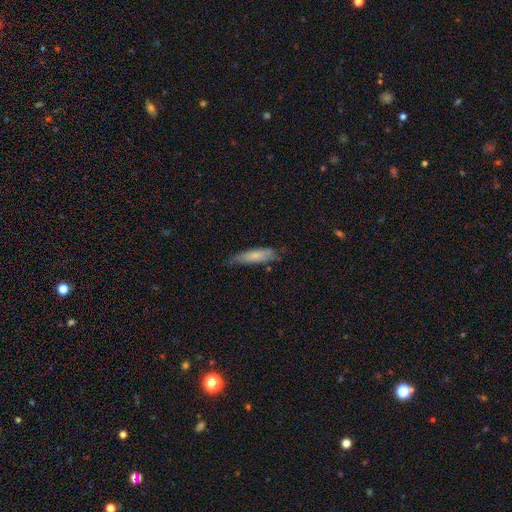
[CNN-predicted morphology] Overall: smooth (71%). How rounded: cigar-shaped (63%; in between 35%). Merging: none (60%; minor disturbance 32%).